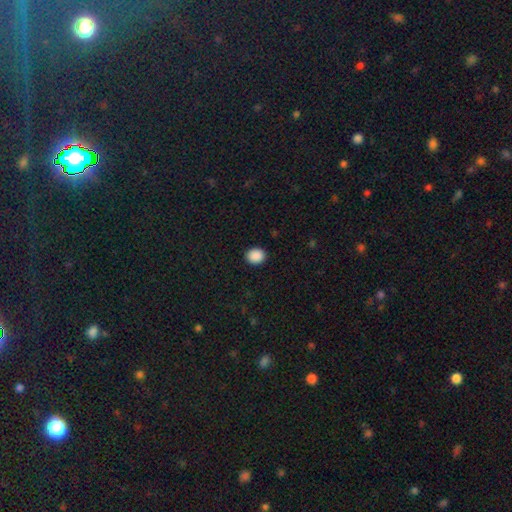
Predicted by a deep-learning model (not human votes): smooth_or_featured: smooth (p=0.90) [alt: star or artifact p=0.08]
how_rounded: round (p=0.67) [alt: in between p=0.33]
merging: none (p=0.91) [alt: minor disturbance p=0.06]